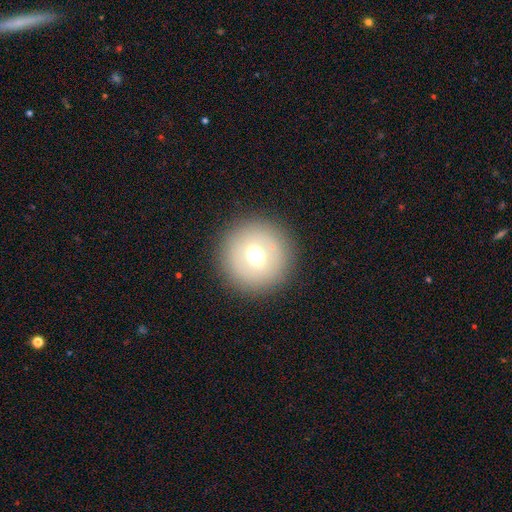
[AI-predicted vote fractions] A smooth galaxy with no disk features (63%) that is round (96%).

Vote fractions:
- Smooth or featured? smooth: 63% / featured or disk: 21% / star or artifact: 16%
- How rounded? round: 96% / in between: 3% / cigar-shaped: 1%
- Merging? none: 89% / minor disturbance: 6% / major disturbance: 4% / merger: 1%